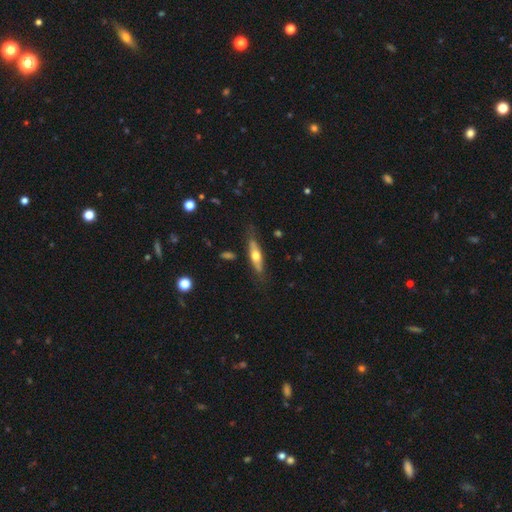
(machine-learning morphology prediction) featured or disk 49%, smooth 45%, star or artifact 6%. Down the decision tree: merging — none (70%).